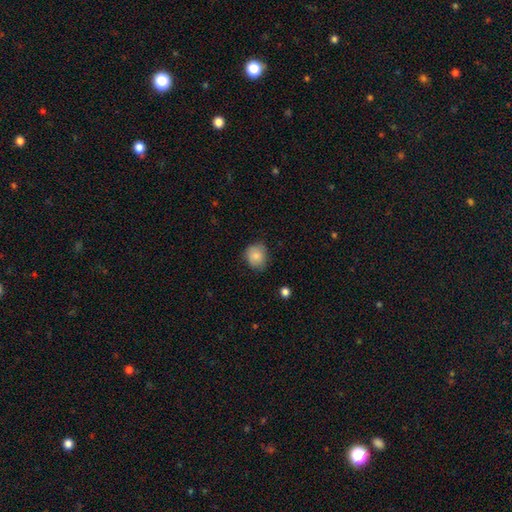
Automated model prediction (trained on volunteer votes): smooth 84%, star or artifact 9%, featured or disk 7%. Down the decision tree: how rounded — round (74%); merging — none (73%).